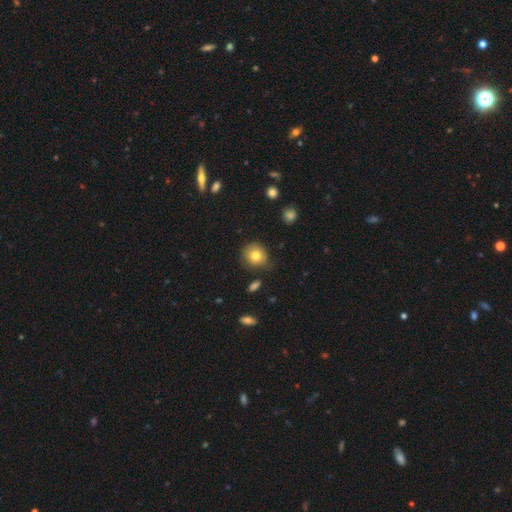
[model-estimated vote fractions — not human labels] smooth 79%, featured or disk 11%, star or artifact 10%. Down the decision tree: how rounded — round (80%); merging — none (75%).